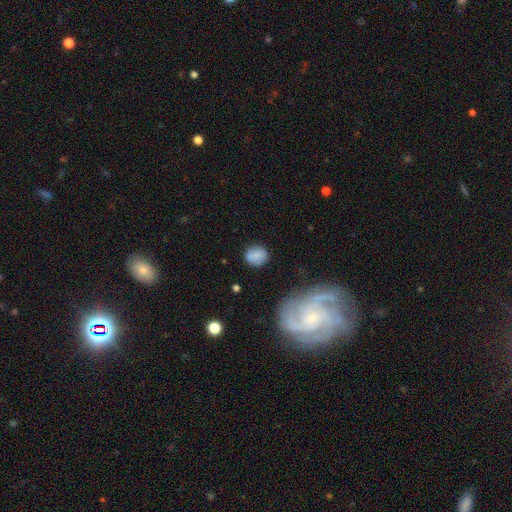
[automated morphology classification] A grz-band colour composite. It shows a smooth galaxy with no disk features (77%) that is round (69%). Merging: none (79%).